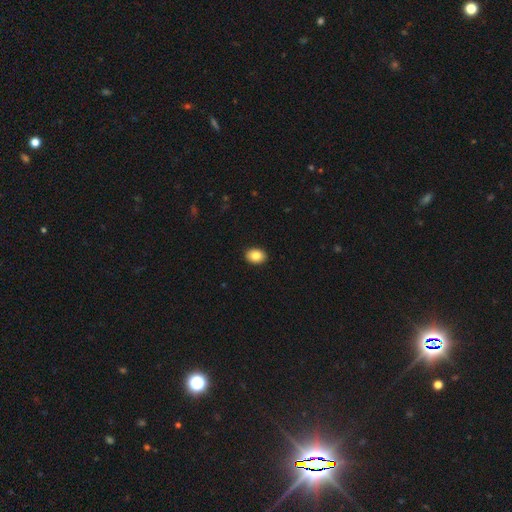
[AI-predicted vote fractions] The model was most divided on "how rounded": in between: 75%, round: 24%, cigar-shaped: 1%. More confident: merging — none (92%); smooth or featured — smooth (85%).